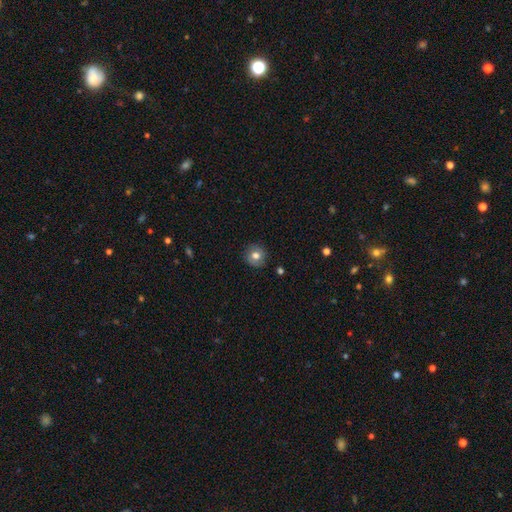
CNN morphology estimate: Smooth or featured: smooth — 76% (featured or disk — 14%)
How rounded: round — 91% (in between — 8%)
Merging: none — 89% (minor disturbance — 8%)